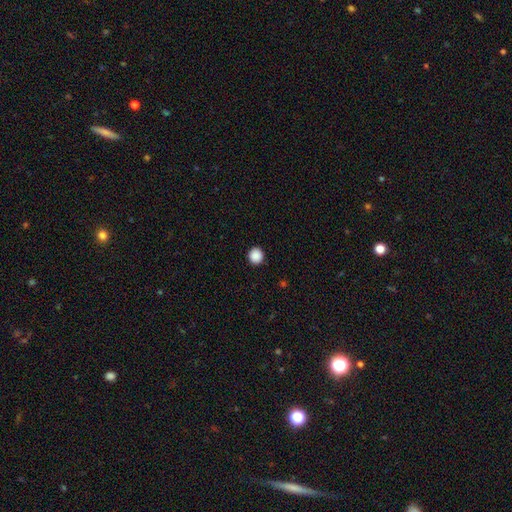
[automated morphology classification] Overall: smooth (89%). How rounded: round (93%). Merging: none (93%).